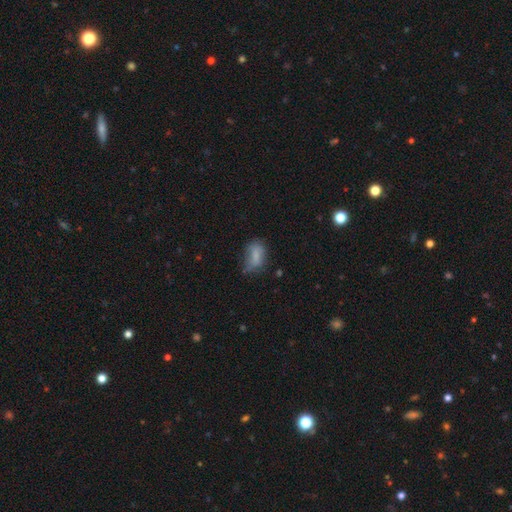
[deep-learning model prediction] This appears to be a smooth galaxy with no disk features (76%) that is in between round and cigar-shaped (87%). Merging: none (46%).